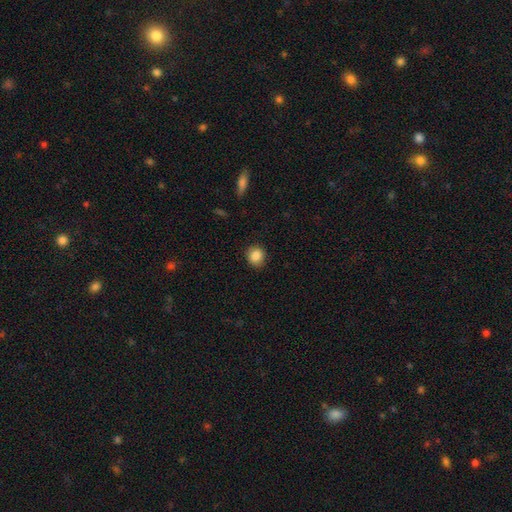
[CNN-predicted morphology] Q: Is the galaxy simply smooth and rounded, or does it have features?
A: smooth — 87%.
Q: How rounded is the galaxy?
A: round — 81%.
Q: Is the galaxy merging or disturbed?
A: none — 88%.